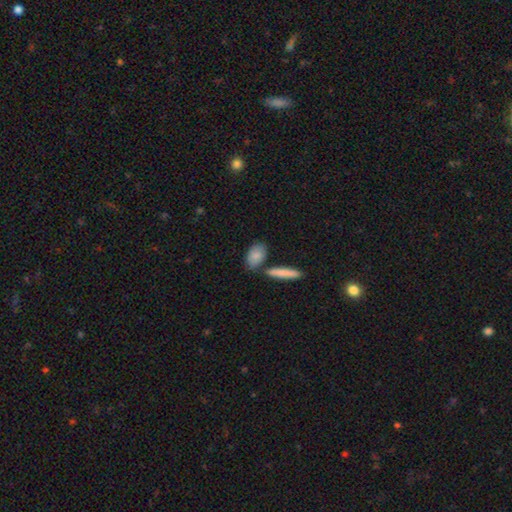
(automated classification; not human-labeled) Smooth or featured: smooth — 83% (featured or disk — 11%)
How rounded: in between — 81% (cigar-shaped — 12%)
Merging: none — 66% (merger — 16%)